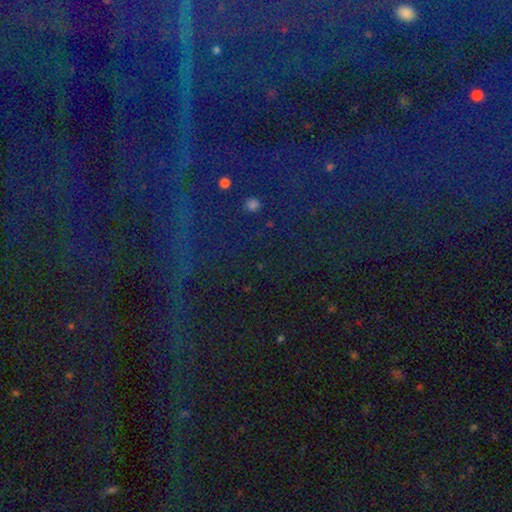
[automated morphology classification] type=star or artifact (84%).